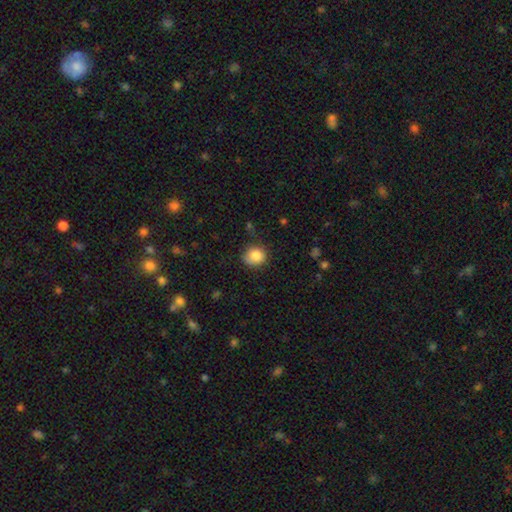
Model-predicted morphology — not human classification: smooth_or_featured: smooth (p=0.84) [alt: star or artifact p=0.10]
how_rounded: round (p=0.79) [alt: in between p=0.20]
merging: none (p=0.70) [alt: minor disturbance p=0.22]